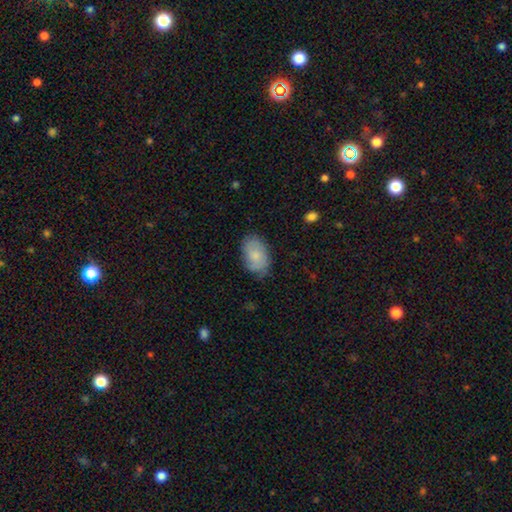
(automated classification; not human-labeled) Overall: smooth (69%). How rounded: in between (90%). Merging: none (74%).